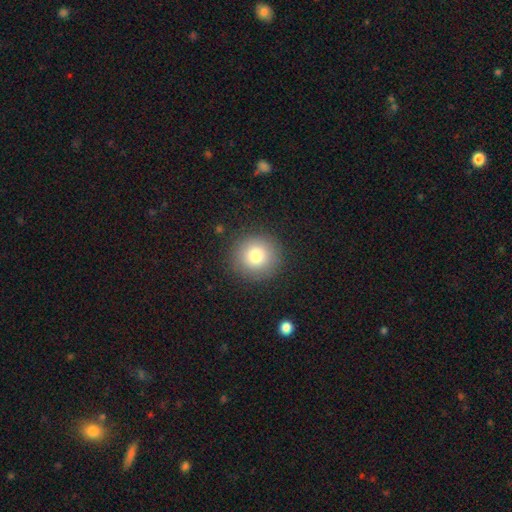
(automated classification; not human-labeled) This is likely a smooth galaxy (79%). How rounded: clearly round (94%). Merging: clearly none (90%).